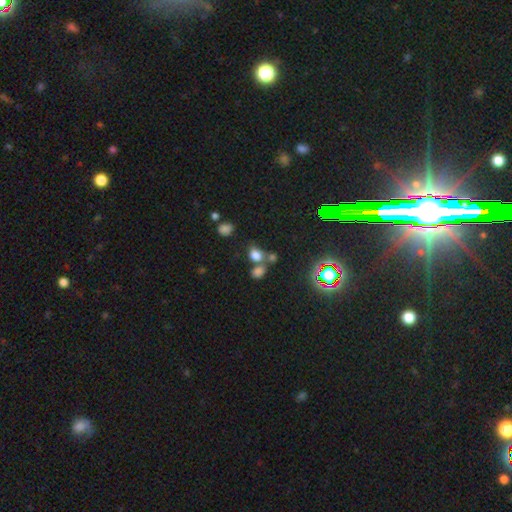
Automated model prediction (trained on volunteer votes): Smooth or featured: smooth — 71% (star or artifact — 21%)
How rounded: in between — 55% (round — 43%)
Merging: none — 44% (merger — 40%)